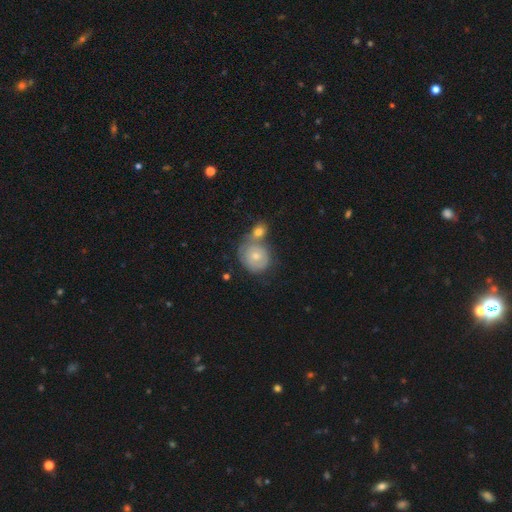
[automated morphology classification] Smooth or featured? Predicted: smooth (p=0.54). How rounded? Predicted: round (p=0.80). Merging? Predicted: merger (p=0.43).